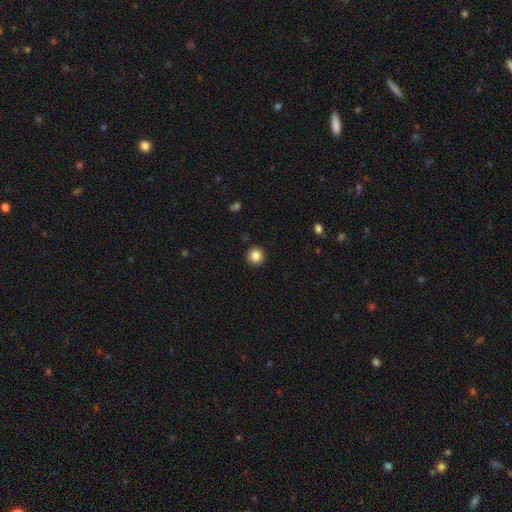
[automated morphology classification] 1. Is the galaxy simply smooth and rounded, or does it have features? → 85% smooth, 10% star or artifact, 5% featured or disk.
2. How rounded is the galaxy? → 94% round, 5% in between, 1% cigar-shaped.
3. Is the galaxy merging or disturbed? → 92% none, 5% minor disturbance, 2% major disturbance, 1% merger.